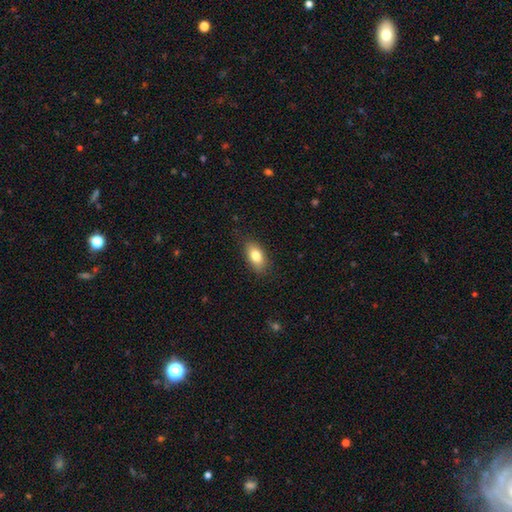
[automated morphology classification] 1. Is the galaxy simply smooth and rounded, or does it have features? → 81% smooth, 12% featured or disk, 8% star or artifact.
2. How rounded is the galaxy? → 89% in between, 7% round, 4% cigar-shaped.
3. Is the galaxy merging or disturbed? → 83% none, 13% minor disturbance, 3% major disturbance, 1% merger.